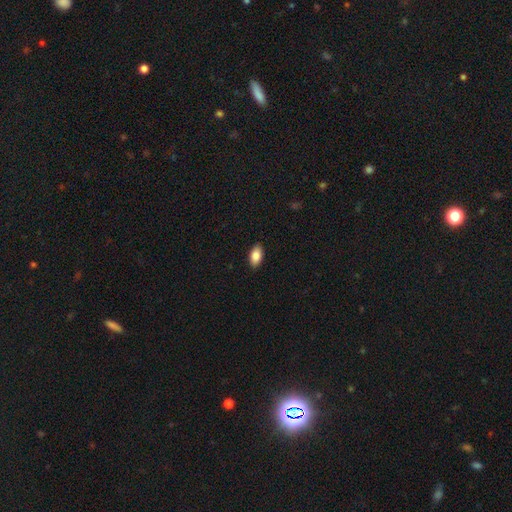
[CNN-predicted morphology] Smooth or featured? smooth (86%)
How rounded? in between (93%)
Merging? none (90%)